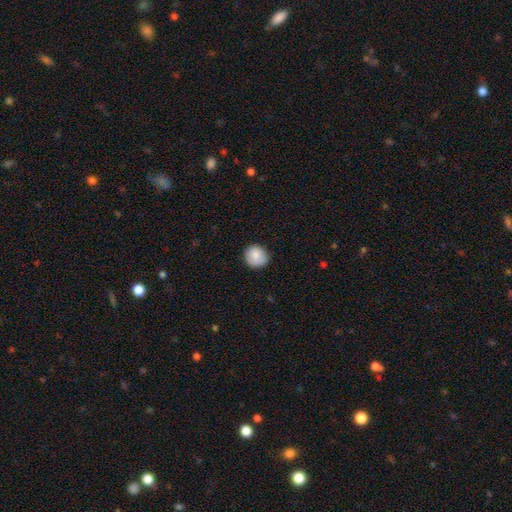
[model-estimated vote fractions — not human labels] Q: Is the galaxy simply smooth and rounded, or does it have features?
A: smooth — 86%.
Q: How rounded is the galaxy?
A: round — 85%.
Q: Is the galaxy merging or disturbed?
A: none — 84%.